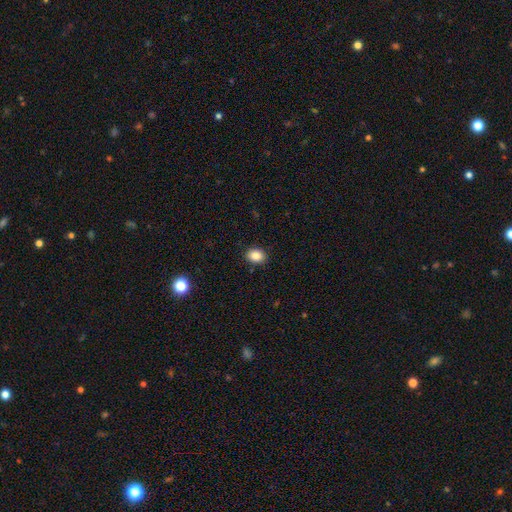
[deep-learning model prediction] A smooth galaxy with no disk features (87%) that is in between round and cigar-shaped (63%).

Vote fractions:
- Smooth or featured? smooth: 87% / star or artifact: 9% / featured or disk: 4%
- How rounded? in between: 63% / round: 36% / cigar-shaped: 1%
- Merging? none: 88% / minor disturbance: 8% / major disturbance: 2% / merger: 1%